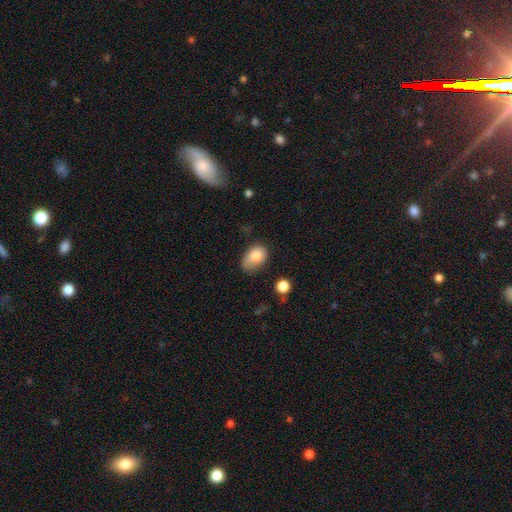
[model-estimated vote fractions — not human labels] smooth 82%, featured or disk 10%, star or artifact 8%. Down the decision tree: how rounded — in between (83%); merging — none (41%).